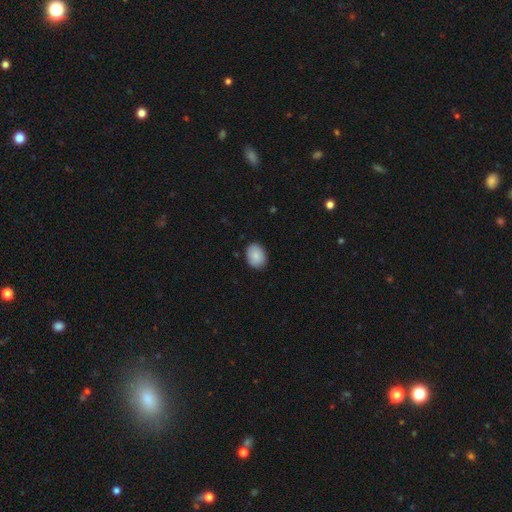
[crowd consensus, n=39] Smooth or featured? 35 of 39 (90%) said smooth. How rounded? 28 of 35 (80%) said in between. Merging? 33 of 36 (92%) said none.